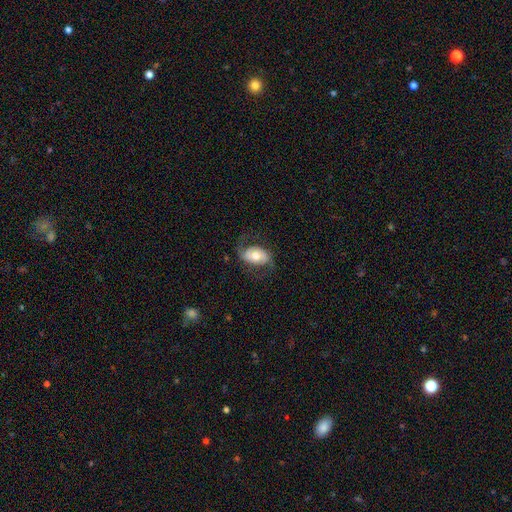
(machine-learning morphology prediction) smooth-or-featured: featured or disk: 61% | smooth: 32% | star or artifact: 7%
  disk-edge-on: no: 95% | yes: 5%
    bar: no: 59% | weak: 28% | strong: 14%
    has-spiral-arms: yes: 82% | no: 18%
    bulge-size: moderate: 69% | large: 14% | small: 13% | dominant: 2% | none: 1%
  merging: none: 66% | minor disturbance: 18% | major disturbance: 14% | merger: 1%